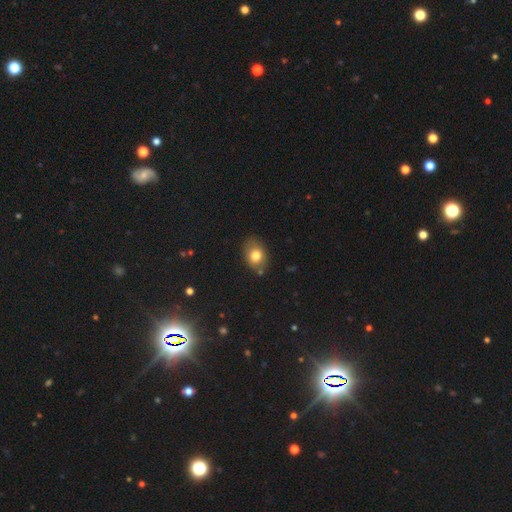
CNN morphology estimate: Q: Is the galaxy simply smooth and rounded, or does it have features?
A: smooth — 78%.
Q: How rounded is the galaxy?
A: in between — 67%.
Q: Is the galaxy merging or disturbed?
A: none — 75%.